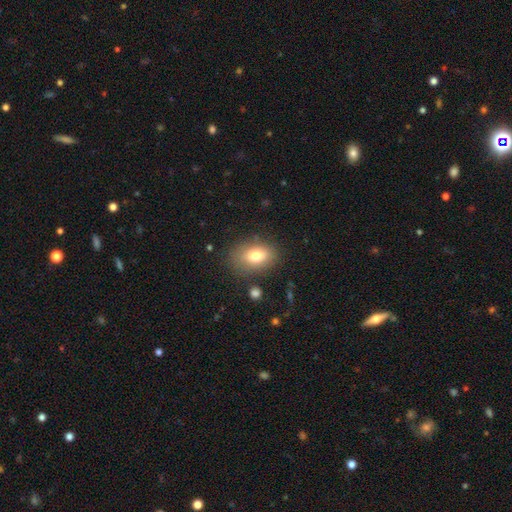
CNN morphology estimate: This is likely a smooth galaxy (77%). How rounded: likely in between (79%). Merging: likely none (77%).